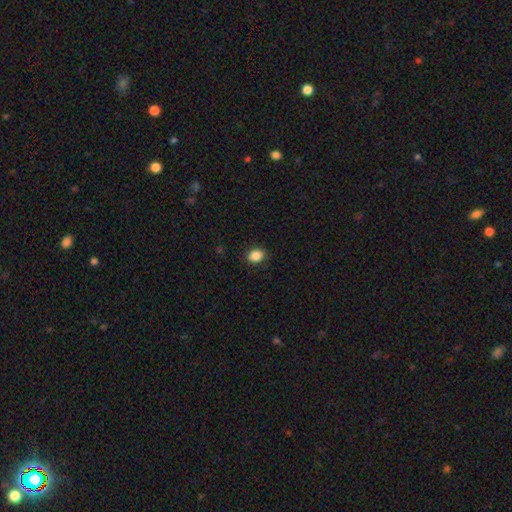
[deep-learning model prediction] Q: Smooth or featured?
A: smooth (87%); runner-up: star or artifact (9%)
Q: How rounded?
A: in between (59%); runner-up: round (40%)
Q: Merging?
A: none (89%); runner-up: minor disturbance (8%)